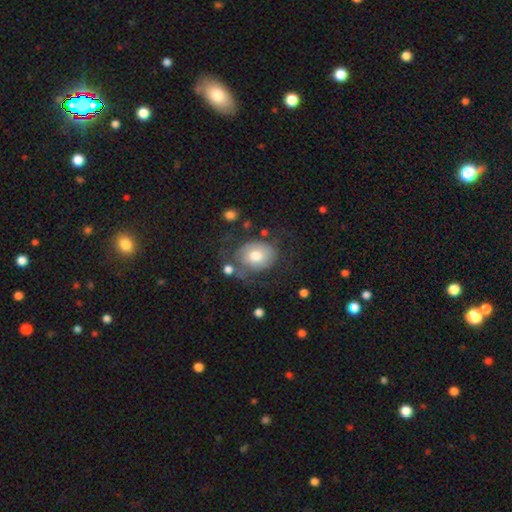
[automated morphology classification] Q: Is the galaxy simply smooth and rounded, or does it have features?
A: smooth — 48%.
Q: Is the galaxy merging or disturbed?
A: none — 48%.